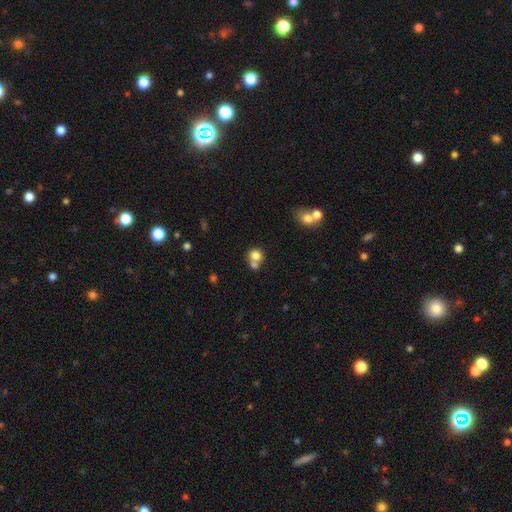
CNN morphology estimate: smooth_or_featured: smooth (p=0.78) [alt: star or artifact p=0.12]
how_rounded: round (p=0.82) [alt: in between p=0.17]
merging: merger (p=0.47) [alt: none p=0.42]